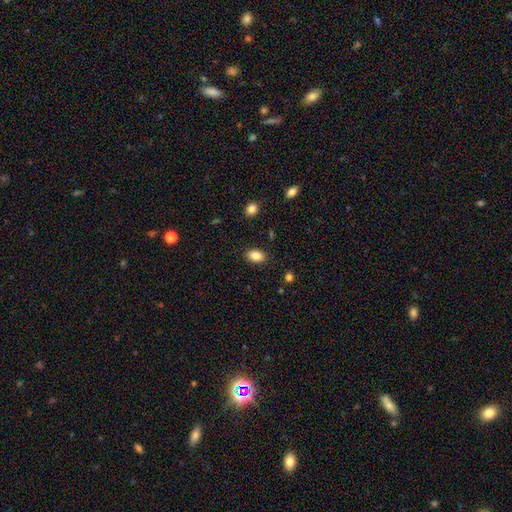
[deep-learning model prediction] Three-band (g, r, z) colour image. It shows a smooth galaxy with no disk features (87%) that is in between round and cigar-shaped (87%). Merging: none (87%).